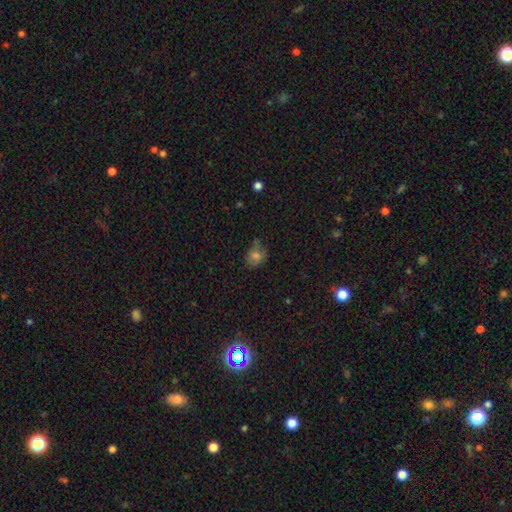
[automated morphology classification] Smooth or featured? smooth (68%)
How rounded? in between (53%)
Merging? none (52%)